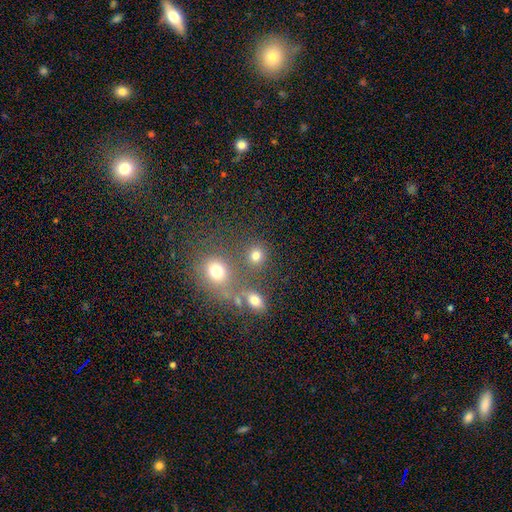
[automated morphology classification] Smooth or featured? smooth (77%)
How rounded? round (83%)
Merging? none (68%)